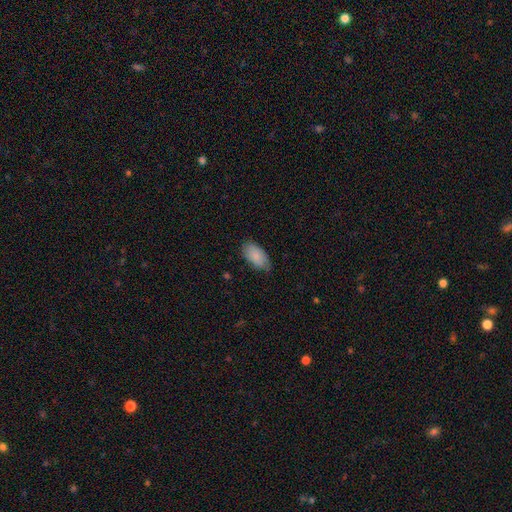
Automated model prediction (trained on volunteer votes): smooth-or-featured: smooth: 86% | featured or disk: 8% | star or artifact: 6%
  how-rounded: in between: 94% | cigar-shaped: 3% | round: 3%
  merging: none: 71% | minor disturbance: 24% | major disturbance: 4% | merger: 1%